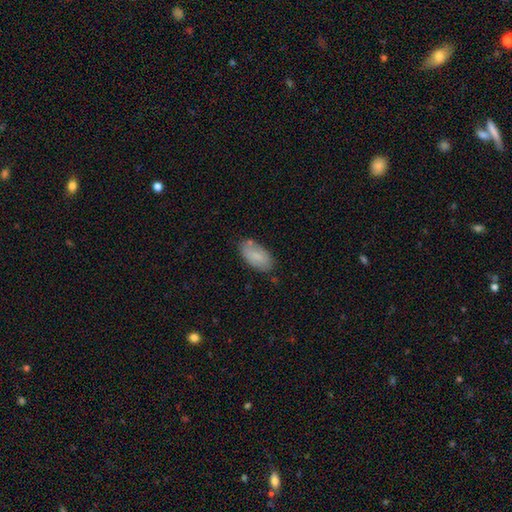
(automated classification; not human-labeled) Smooth or featured? Predicted: smooth (p=0.79). How rounded? Predicted: in between (p=0.94). Merging? Predicted: none (p=0.75).